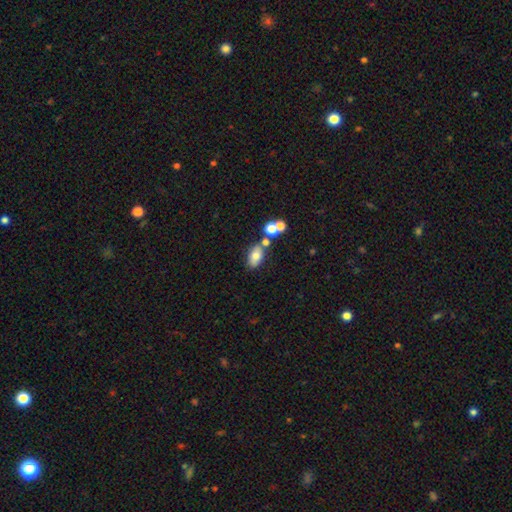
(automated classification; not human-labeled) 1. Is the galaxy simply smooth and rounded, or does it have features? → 71% smooth, 17% featured or disk, 12% star or artifact.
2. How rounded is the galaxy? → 85% in between, 11% round, 3% cigar-shaped.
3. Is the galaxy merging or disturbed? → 61% none, 21% merger, 13% minor disturbance, 5% major disturbance.